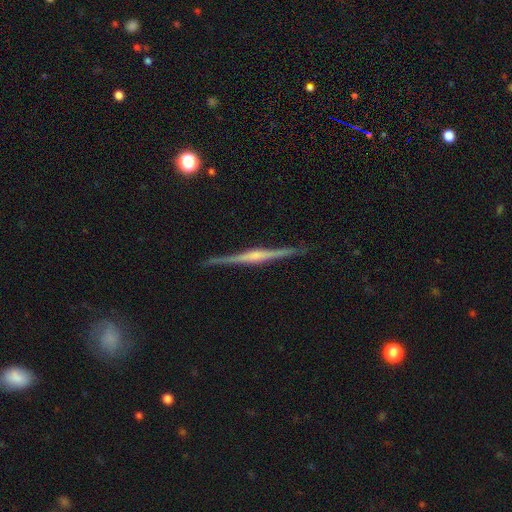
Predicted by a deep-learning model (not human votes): smooth-or-featured: featured or disk: 82% | smooth: 12% | star or artifact: 5%
  disk-edge-on: yes: 98% | no: 2%
    edge-on-bulge: rounded: 65% | boxy: 23% | none: 12%
  merging: none: 89% | minor disturbance: 8% | major disturbance: 2% | merger: 1%